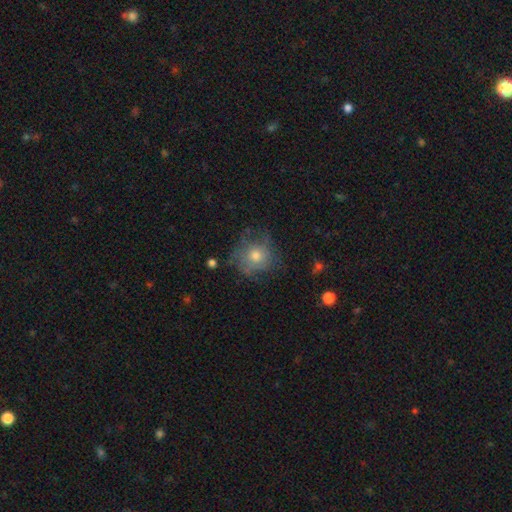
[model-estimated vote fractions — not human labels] Smooth or featured?
  - smooth: 60% *
  - featured or disk: 28%
  - star or artifact: 12%
How rounded?
  - round: 86% *
  - in between: 13%
  - cigar-shaped: 1%
Merging?
  - none: 64% *
  - minor disturbance: 22%
  - major disturbance: 12%
  - merger: 2%